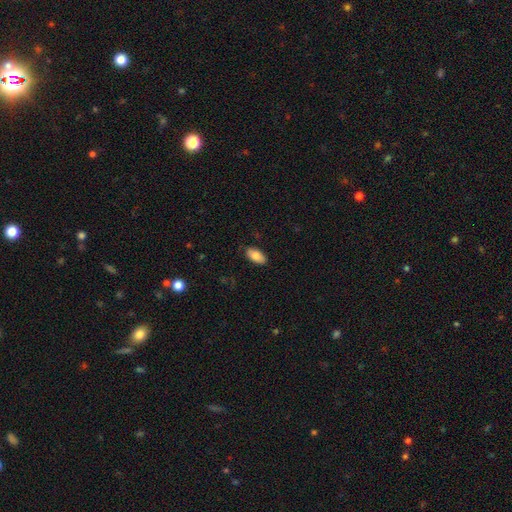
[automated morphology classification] Smooth or featured?
  - smooth: 81% *
  - featured or disk: 12%
  - star or artifact: 7%
How rounded?
  - in between: 93% *
  - cigar-shaped: 4%
  - round: 3%
Merging?
  - none: 87% *
  - minor disturbance: 10%
  - major disturbance: 2%
  - merger: 1%